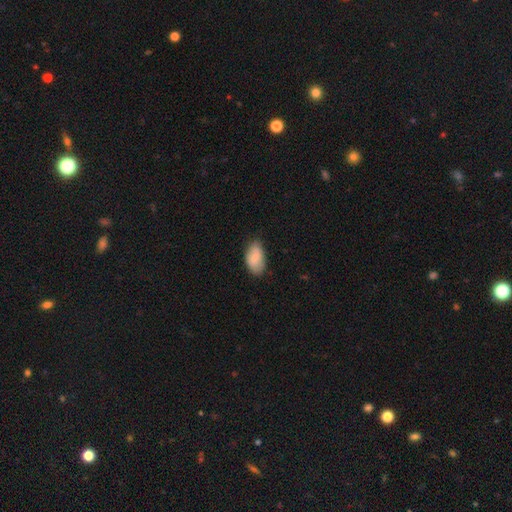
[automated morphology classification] Smooth or featured?
  - smooth: 84% *
  - featured or disk: 10%
  - star or artifact: 6%
How rounded?
  - in between: 94% *
  - round: 4%
  - cigar-shaped: 2%
Merging?
  - none: 69% *
  - minor disturbance: 25%
  - major disturbance: 4%
  - merger: 1%